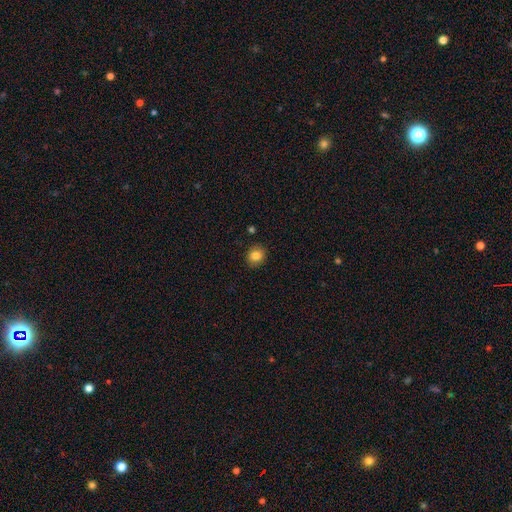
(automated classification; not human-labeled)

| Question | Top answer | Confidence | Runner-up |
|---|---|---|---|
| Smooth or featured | smooth | 82% | star or artifact (10%) |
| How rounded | round | 77% | in between (22%) |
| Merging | none | 89% | minor disturbance (7%) |